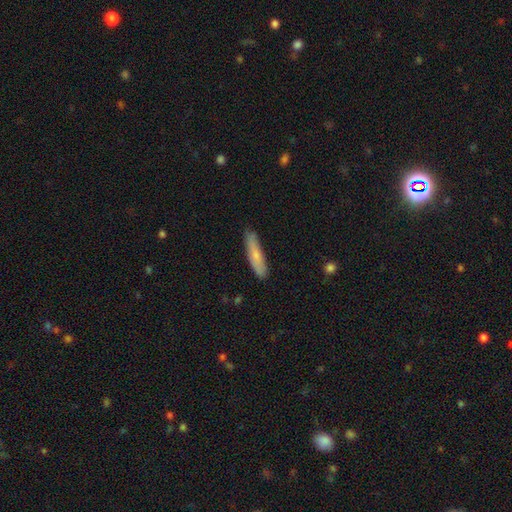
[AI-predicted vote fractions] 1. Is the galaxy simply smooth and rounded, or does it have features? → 73% smooth, 21% featured or disk, 6% star or artifact.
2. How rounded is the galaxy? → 84% cigar-shaped, 14% in between, 2% round.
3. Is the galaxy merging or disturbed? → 82% none, 14% minor disturbance, 2% major disturbance, 1% merger.